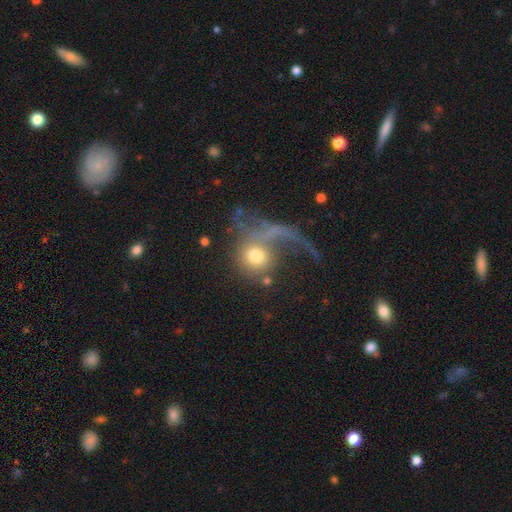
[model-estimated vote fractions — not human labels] Overall: smooth (53%; featured or disk 36%). How rounded: round (83%). Merging: major disturbance (57%; none 20%).